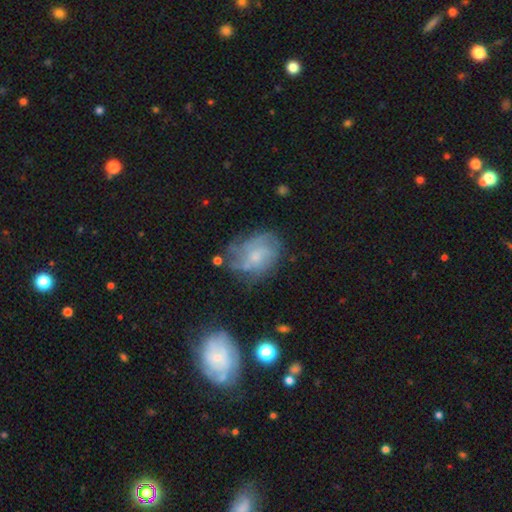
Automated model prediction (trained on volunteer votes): Morphology: type=featured or disk (61%); edge-on=no (97%); bar=no (70%); spiral arms=yes (74%); bulge=small (54%); merging=none (56%).